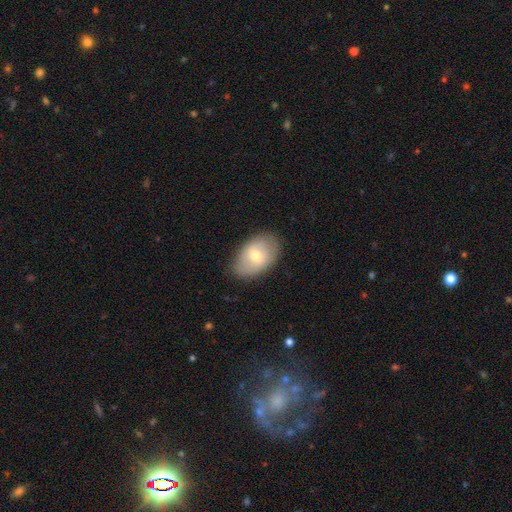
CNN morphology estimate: Smooth or featured? Predicted: smooth (p=0.58). How rounded? Predicted: in between (p=0.88). Merging? Predicted: none (p=0.82).